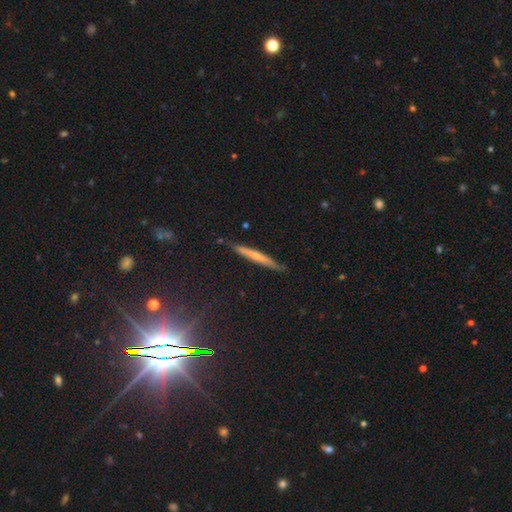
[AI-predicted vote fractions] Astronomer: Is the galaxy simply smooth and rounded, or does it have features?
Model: featured or disk — 47% (runner-up: smooth, 44%).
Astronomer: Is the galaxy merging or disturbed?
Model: none — 85%.